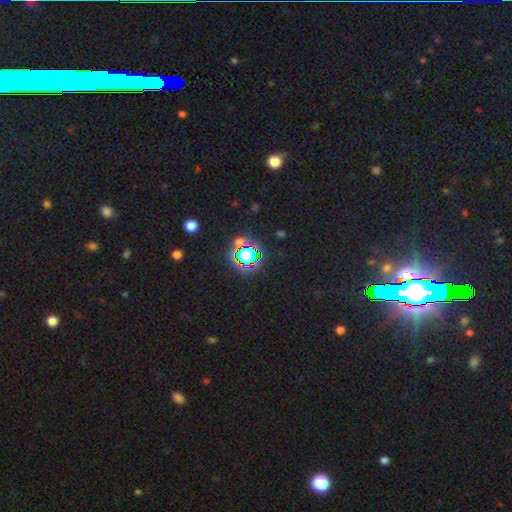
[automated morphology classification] Smooth or featured?
  - star or artifact: 84% *
  - smooth: 9%
  - featured or disk: 7%